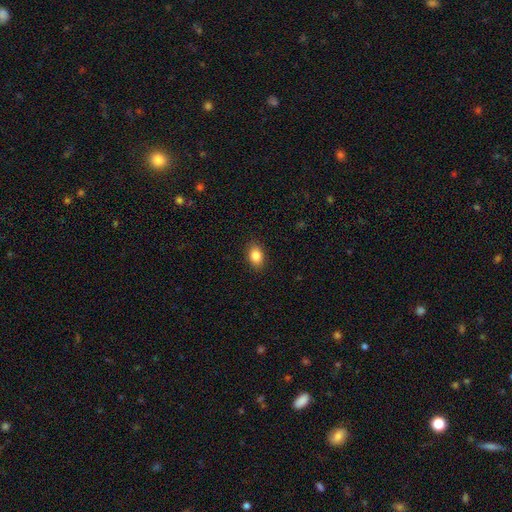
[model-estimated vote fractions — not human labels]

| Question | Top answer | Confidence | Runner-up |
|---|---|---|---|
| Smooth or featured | smooth | 86% | star or artifact (8%) |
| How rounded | in between | 82% | round (17%) |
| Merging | none | 89% | minor disturbance (8%) |